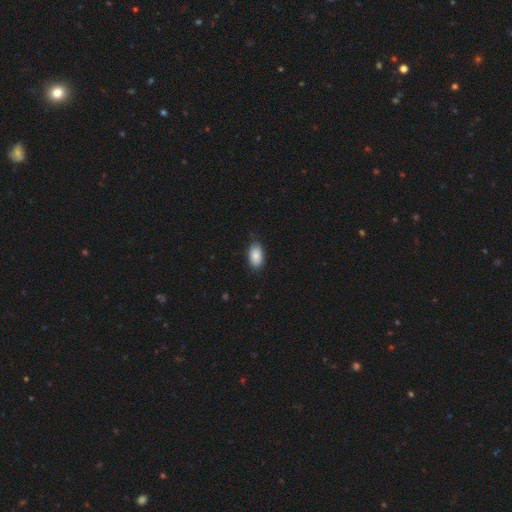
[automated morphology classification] smooth-or-featured: smooth: 87% | star or artifact: 7% | featured or disk: 6%
  how-rounded: in between: 94% | round: 4% | cigar-shaped: 2%
  merging: none: 81% | minor disturbance: 16% | major disturbance: 3% | merger: 1%